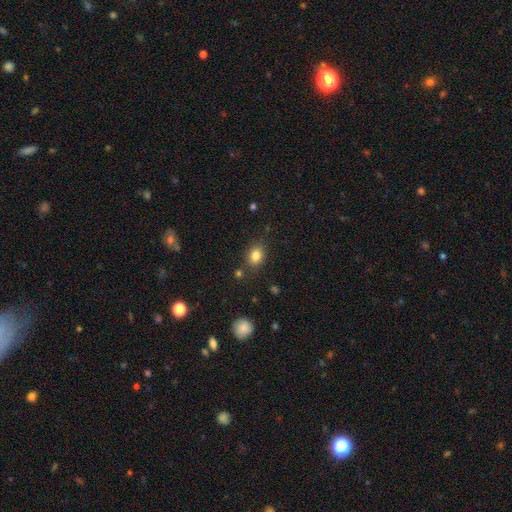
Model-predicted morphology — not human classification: Smooth or featured? smooth (82%)
How rounded? in between (59%)
Merging? none (79%)